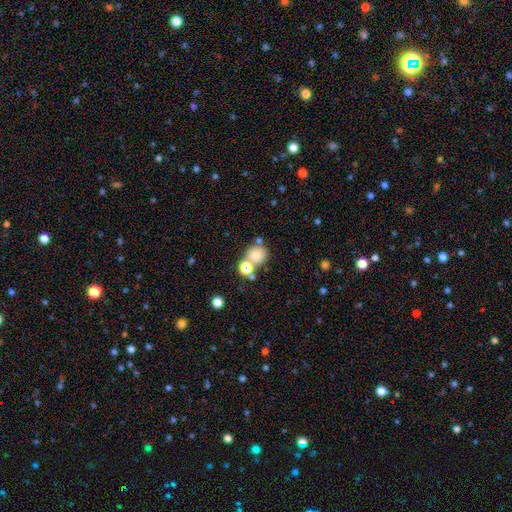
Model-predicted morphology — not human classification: smooth 75%, star or artifact 15%, featured or disk 11%. Down the decision tree: how rounded — round (79%); merging — none (60%).